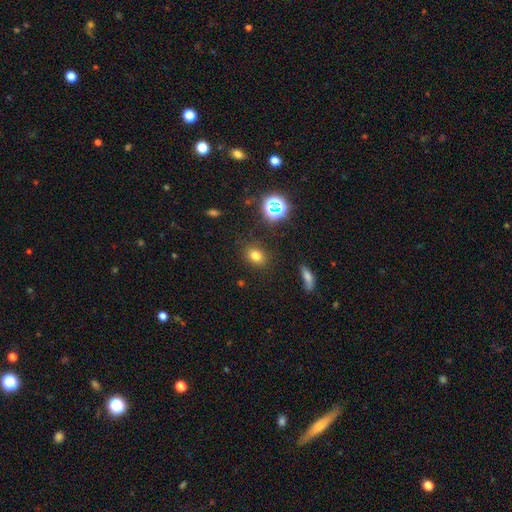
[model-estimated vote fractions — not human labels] Smooth or featured? Predicted: smooth (p=0.74). How rounded? Predicted: in between (p=0.54). Merging? Predicted: none (p=0.85).